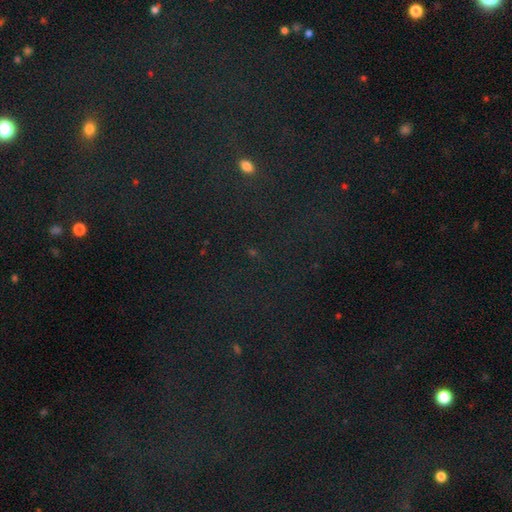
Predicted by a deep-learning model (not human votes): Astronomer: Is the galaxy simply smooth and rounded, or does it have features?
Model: star or artifact — 79%.